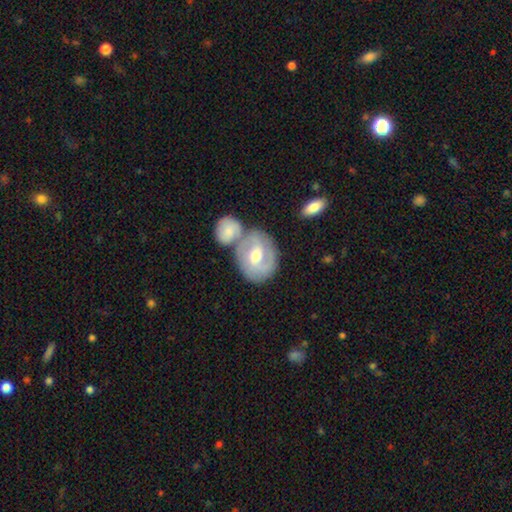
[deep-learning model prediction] featured or disk 66%, smooth 28%, star or artifact 6%. Down the decision tree: edge-on disk — no (96%); bar — weak (47%); spiral arms — yes (83%); spiral arm count — 2 (54%); spiral winding — tight (50%); bulge size — moderate (71%); merging — none (47%).